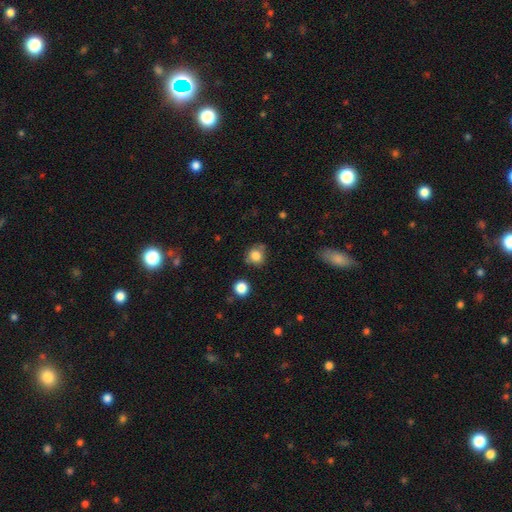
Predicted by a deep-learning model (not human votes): Q: Smooth or featured?
A: smooth (82%); runner-up: star or artifact (12%)
Q: How rounded?
A: round (85%); runner-up: in between (14%)
Q: Merging?
A: none (71%); runner-up: minor disturbance (17%)